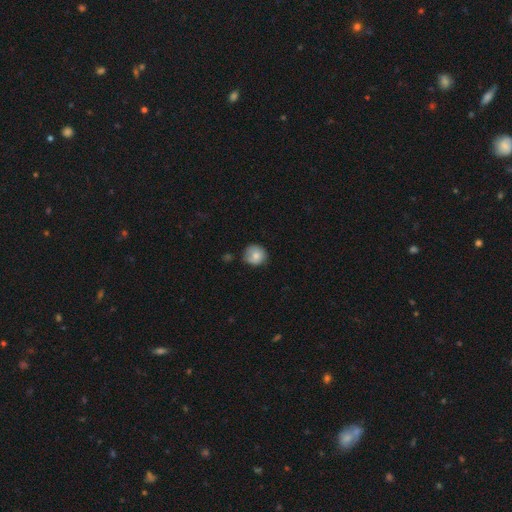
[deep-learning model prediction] Smooth or featured? smooth (78%)
How rounded? round (87%)
Merging? none (65%)